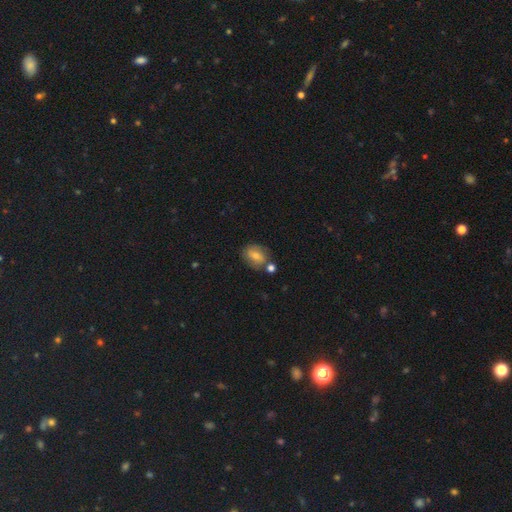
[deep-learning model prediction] Morphology: type=smooth (54%); roundness=in between (56%); merging=none (69%).